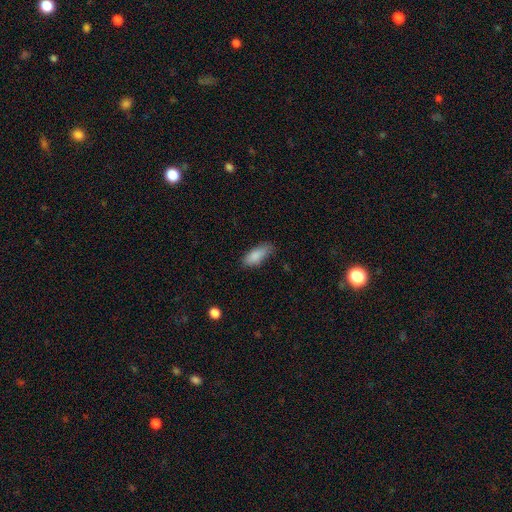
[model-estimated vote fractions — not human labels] A smooth galaxy with no disk features (87%) that is in between round and cigar-shaped (78%).

Vote fractions:
- Smooth or featured? smooth: 87% / star or artifact: 7% / featured or disk: 6%
- How rounded? in between: 78% / cigar-shaped: 20% / round: 2%
- Merging? none: 69% / minor disturbance: 25% / major disturbance: 5% / merger: 1%